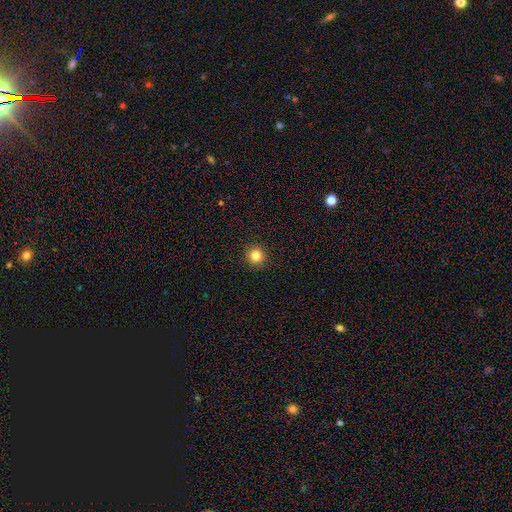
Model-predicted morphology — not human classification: Smooth or featured? smooth (83%)
How rounded? round (94%)
Merging? none (93%)